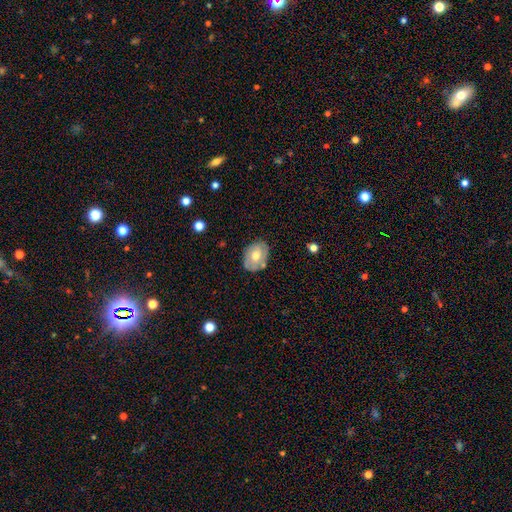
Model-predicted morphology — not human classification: Smooth or featured? Predicted: smooth (p=0.52). How rounded? Predicted: in between (p=0.71). Merging? Predicted: none (p=0.75).